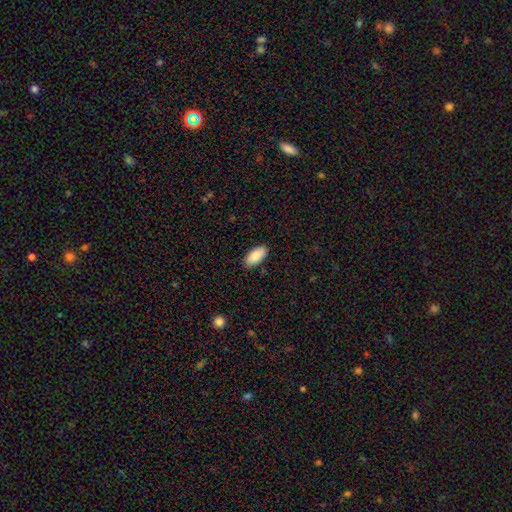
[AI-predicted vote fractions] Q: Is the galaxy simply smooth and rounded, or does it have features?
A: smooth — 90%.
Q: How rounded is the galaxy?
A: in between — 92%.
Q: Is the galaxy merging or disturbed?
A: none — 87%.